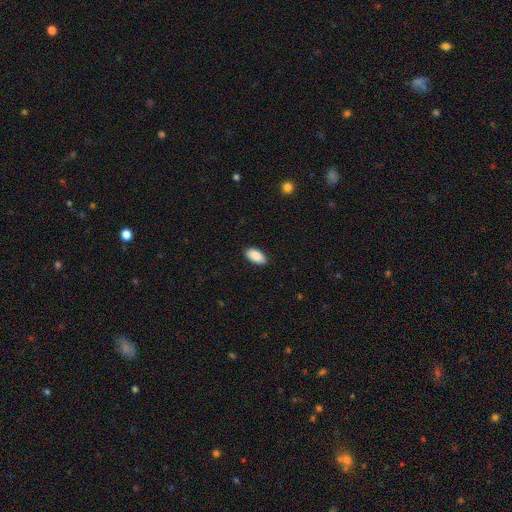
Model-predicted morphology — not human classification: smooth 90%, star or artifact 6%, featured or disk 4%. Down the decision tree: how rounded — in between (95%); merging — none (89%).